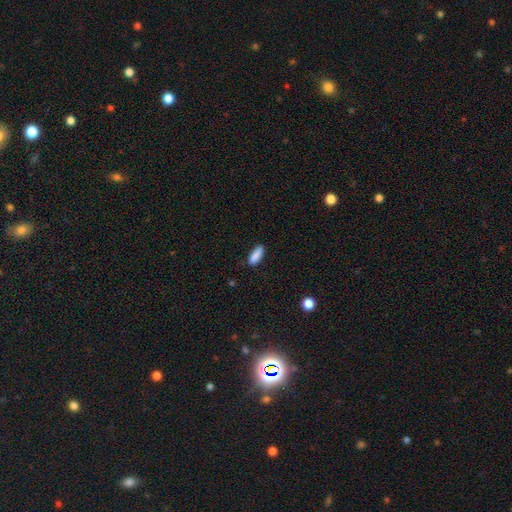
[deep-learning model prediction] The model was most divided on "how rounded": in between: 62%, cigar-shaped: 36%, round: 2%. More confident: smooth or featured — smooth (88%); merging — none (80%).